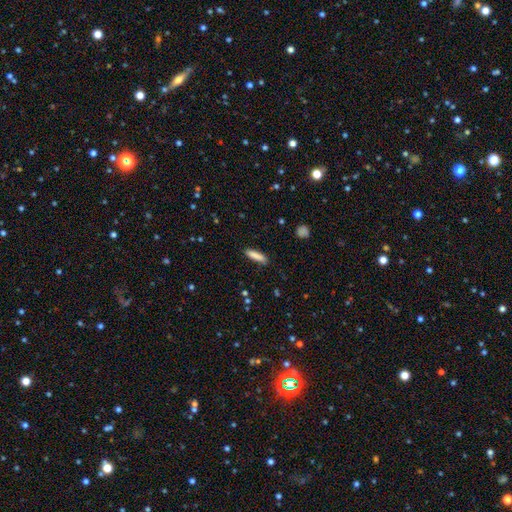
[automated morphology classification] Smooth or featured?
  - smooth: 85% *
  - featured or disk: 8%
  - star or artifact: 7%
How rounded?
  - cigar-shaped: 77% *
  - in between: 21%
  - round: 1%
Merging?
  - none: 87% *
  - minor disturbance: 9%
  - major disturbance: 2%
  - merger: 1%